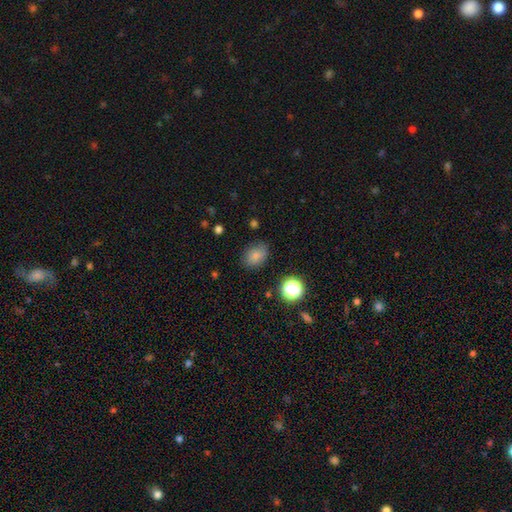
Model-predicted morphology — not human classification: This is likely a smooth galaxy (80%). How rounded: likely in between (68%). Merging: clearly none (81%).